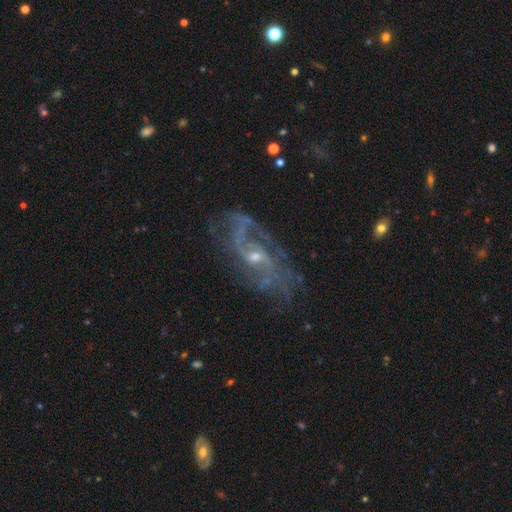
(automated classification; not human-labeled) Q: Smooth or featured?
A: featured or disk (83%); runner-up: star or artifact (10%)
Q: Edge-on disk?
A: no (94%); runner-up: yes (6%)
Q: Bar?
A: no (47%); runner-up: weak (44%)
Q: Spiral arms?
A: yes (92%); runner-up: no (8%)
Q: Spiral winding?
A: medium (42%); runner-up: loose (38%)
Q: Spiral arm count?
A: 2 (54%); runner-up: can't tell (21%)
Q: Bulge size?
A: small (61%); runner-up: moderate (34%)
Q: Merging?
A: none (69%); runner-up: minor disturbance (17%)